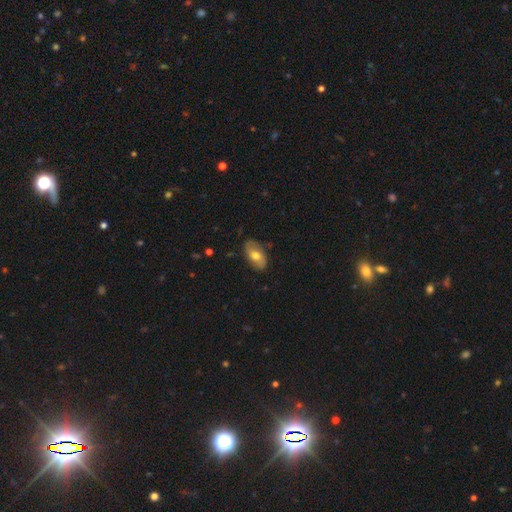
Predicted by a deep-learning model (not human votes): Smooth or featured: smooth — 51% (featured or disk — 42%)
How rounded: in between — 91% (round — 6%)
Merging: none — 78% (minor disturbance — 17%)